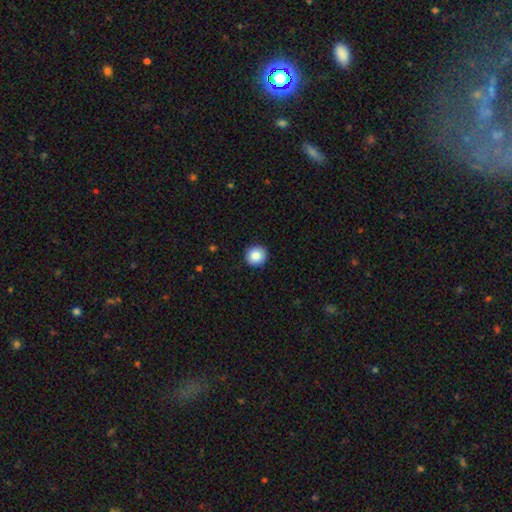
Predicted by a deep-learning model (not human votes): smooth-or-featured: smooth: 87% | star or artifact: 8% | featured or disk: 4%
  how-rounded: round: 94% | in between: 5% | cigar-shaped: 1%
  merging: none: 92% | minor disturbance: 6% | major disturbance: 2% | merger: 1%